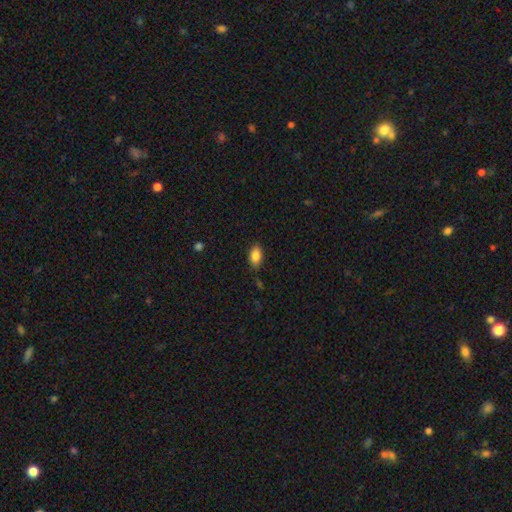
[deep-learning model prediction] smooth-or-featured: smooth: 84% | star or artifact: 8% | featured or disk: 8%
  how-rounded: in between: 89% | round: 8% | cigar-shaped: 3%
  merging: none: 83% | minor disturbance: 13% | major disturbance: 3% | merger: 2%